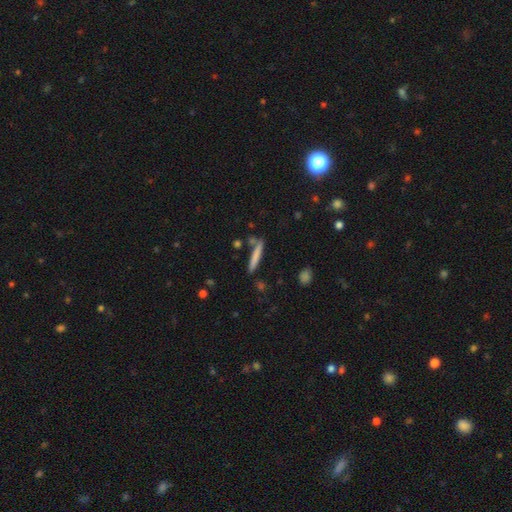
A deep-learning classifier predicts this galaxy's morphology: Overall: smooth (72%). How rounded: cigar-shaped (94%). Merging: none (78%).